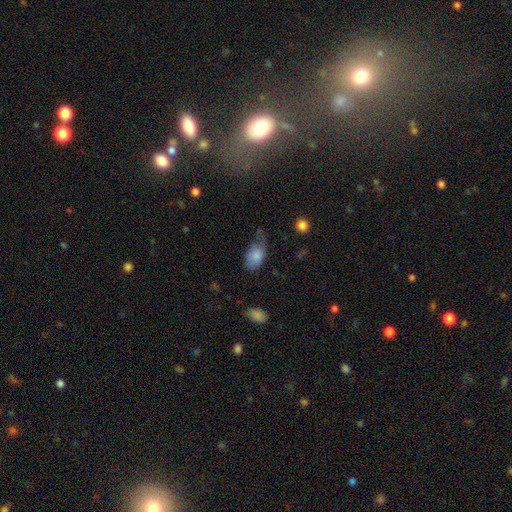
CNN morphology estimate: Smooth or featured? Predicted: smooth (p=0.80). How rounded? Predicted: in between (p=0.90). Merging? Predicted: minor disturbance (p=0.41).